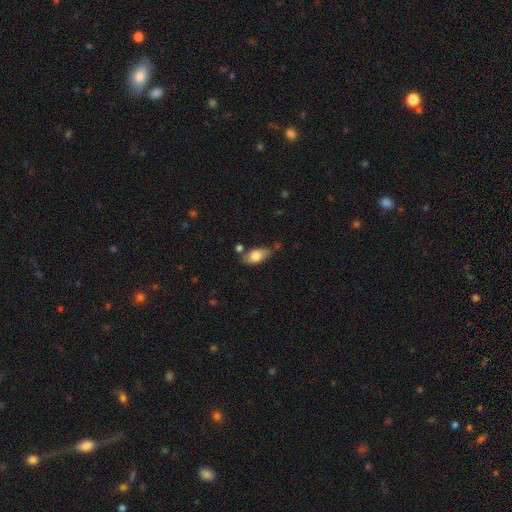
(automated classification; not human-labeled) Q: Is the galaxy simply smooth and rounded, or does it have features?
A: smooth — 77%.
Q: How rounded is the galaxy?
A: in between — 89%.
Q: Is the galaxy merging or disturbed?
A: none — 65%.